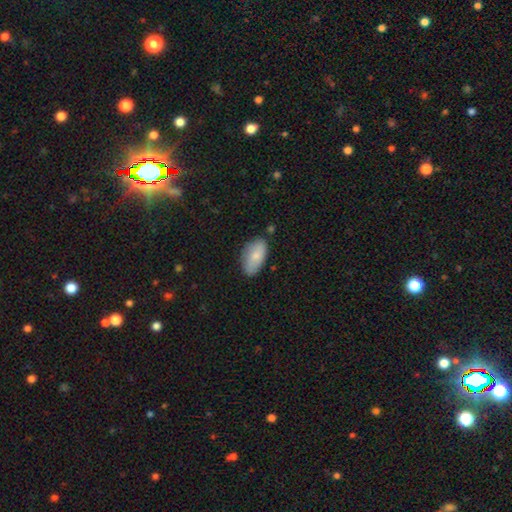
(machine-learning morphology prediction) A smooth galaxy with no disk features (78%) that is in between round and cigar-shaped (93%). Merging: none (76%).